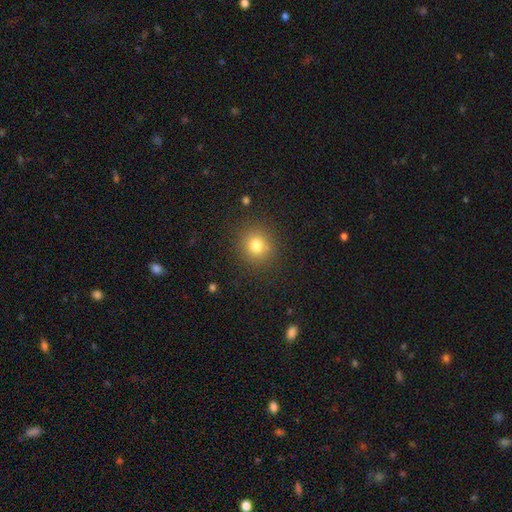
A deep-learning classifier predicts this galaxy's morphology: smooth 72%, star or artifact 23%, featured or disk 5%. Down the decision tree: how rounded — round (93%); merging — none (93%).